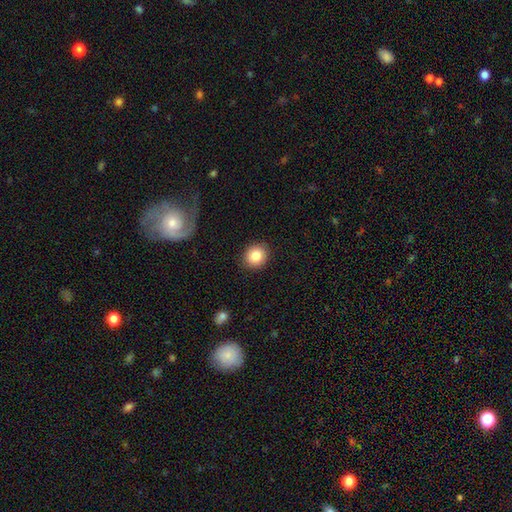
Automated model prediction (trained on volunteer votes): Overall: smooth (85%). How rounded: round (81%). Merging: none (89%).